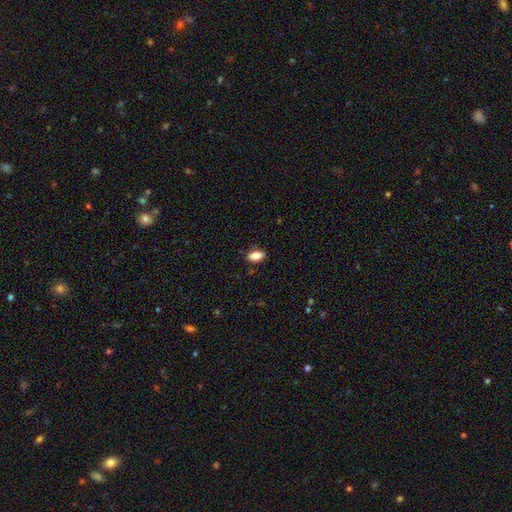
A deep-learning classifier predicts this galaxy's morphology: smooth 81%, featured or disk 11%, star or artifact 8%. Down the decision tree: how rounded — in between (90%); merging — none (85%).